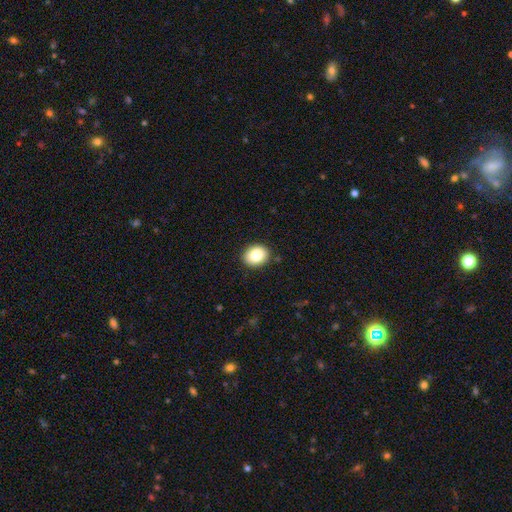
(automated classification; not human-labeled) The model was most divided on "how rounded": round: 52%, in between: 47%, cigar-shaped: 1%. More confident: merging — none (89%); smooth or featured — smooth (82%).